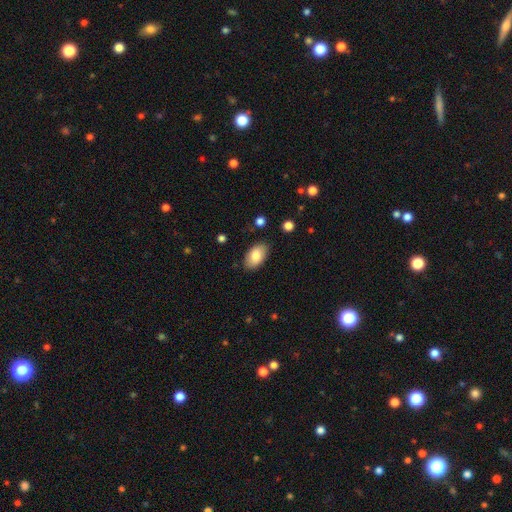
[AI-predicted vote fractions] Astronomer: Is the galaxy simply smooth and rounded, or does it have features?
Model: smooth — 84%.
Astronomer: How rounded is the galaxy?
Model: in between — 94%.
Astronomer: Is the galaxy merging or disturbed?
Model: none — 84%.